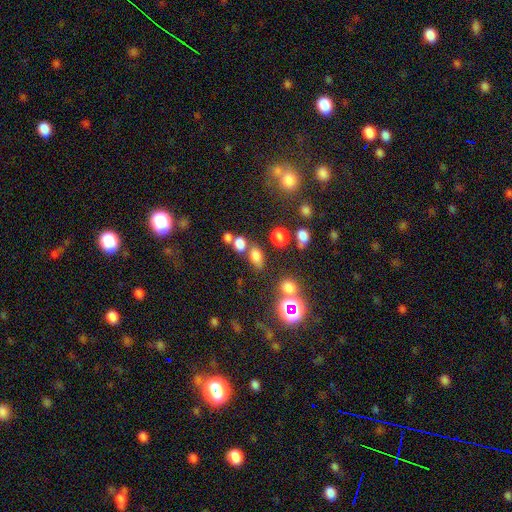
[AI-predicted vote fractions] Smooth or featured? smooth (70%)
How rounded? in between (68%)
Merging? none (62%)